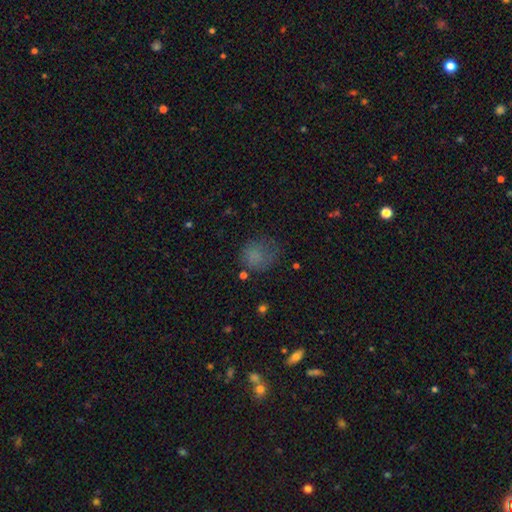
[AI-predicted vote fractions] The model was most divided on "merging": none: 48%, minor disturbance: 27%, major disturbance: 22%, merger: 3%. More confident: smooth or featured — smooth (72%); how rounded — round (71%).